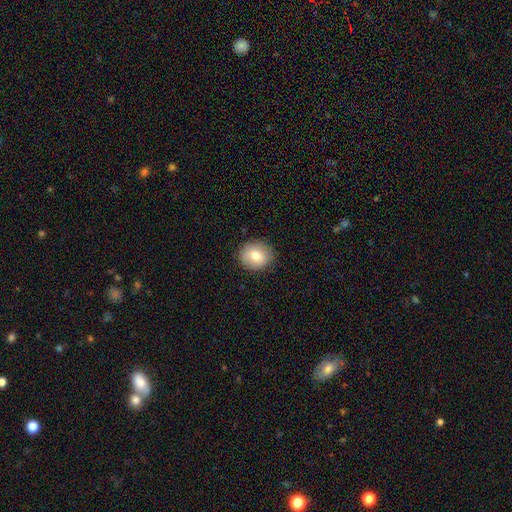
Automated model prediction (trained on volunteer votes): Morphology: type=smooth (76%); roundness=round (77%); merging=none (87%).